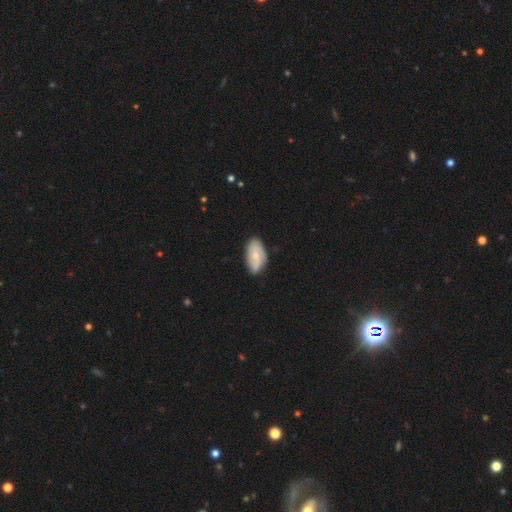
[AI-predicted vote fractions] smooth_or_featured: smooth (p=0.52) [alt: featured or disk p=0.42]
how_rounded: in between (p=0.93) [alt: round p=0.04]
merging: none (p=0.73) [alt: minor disturbance p=0.22]